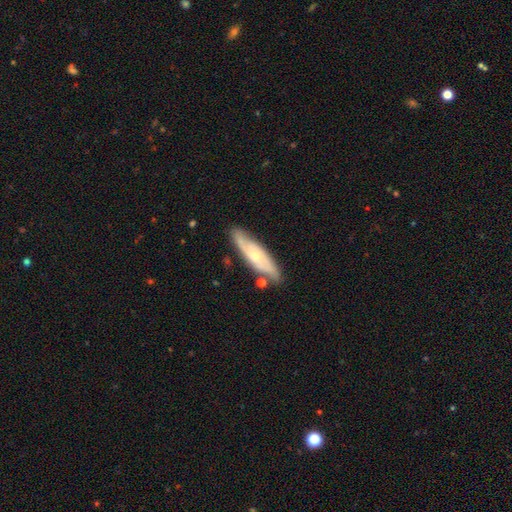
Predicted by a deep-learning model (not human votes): featured or disk 58%, smooth 37%, star or artifact 6%. Down the decision tree: edge-on disk — no (59%); merging — none (77%).